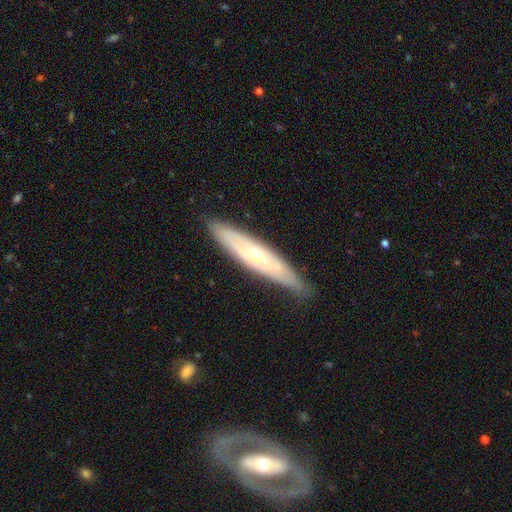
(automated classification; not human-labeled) This is likely a featured or disk galaxy (66%). It is possibly viewed edge-on (57%). Merging: clearly none (83%).